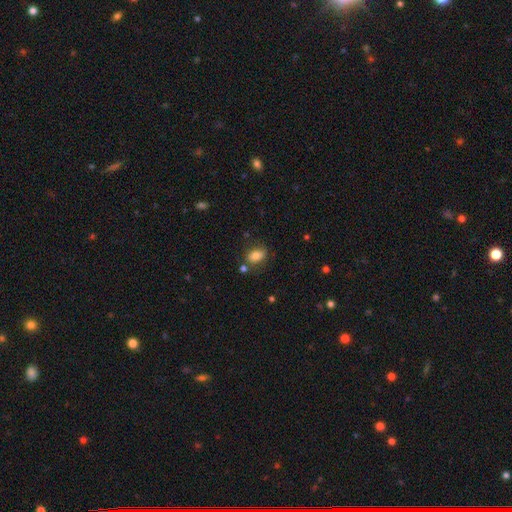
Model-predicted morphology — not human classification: smooth 82%, star or artifact 9%, featured or disk 9%. Down the decision tree: how rounded — in between (82%); merging — none (71%).